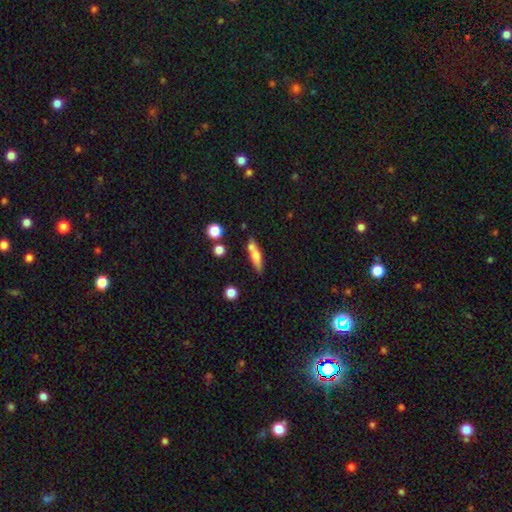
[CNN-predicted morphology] Smooth or featured? Predicted: smooth (p=0.66). How rounded? Predicted: cigar-shaped (p=0.69). Merging? Predicted: none (p=0.60).